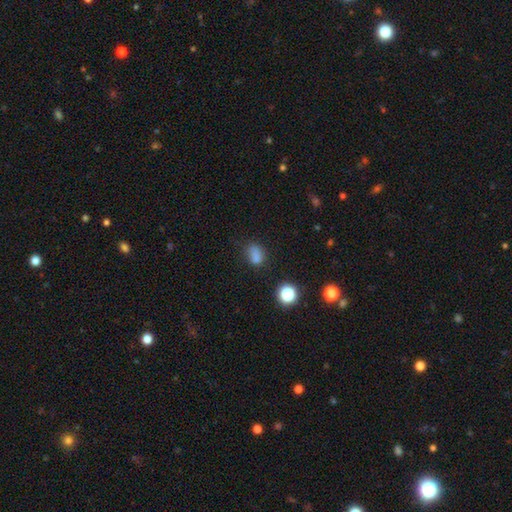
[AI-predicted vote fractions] The model was most divided on "merging": none: 52%, minor disturbance: 28%, major disturbance: 12%, merger: 8%. More confident: smooth or featured — smooth (75%); how rounded — in between (66%).